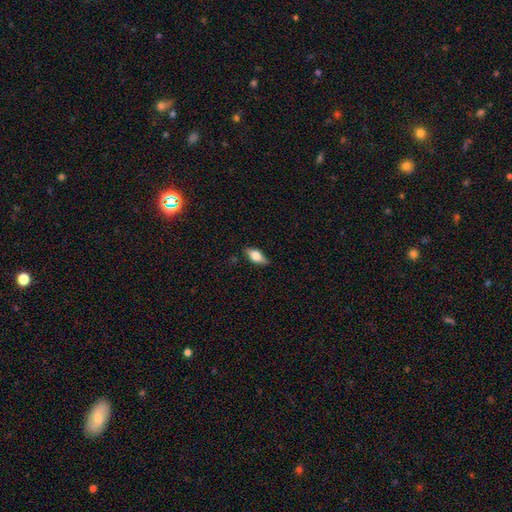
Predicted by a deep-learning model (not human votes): Q: Smooth or featured?
A: smooth (60%); runner-up: featured or disk (33%)
Q: How rounded?
A: in between (78%); runner-up: cigar-shaped (17%)
Q: Merging?
A: none (80%); runner-up: minor disturbance (16%)